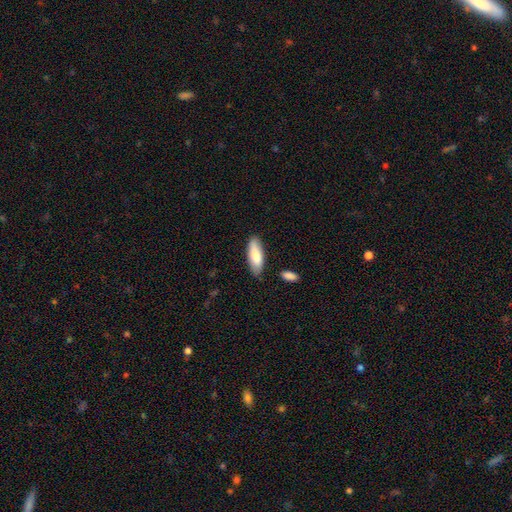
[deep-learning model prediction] Smooth or featured? smooth (79%)
How rounded? in between (65%)
Merging? none (80%)